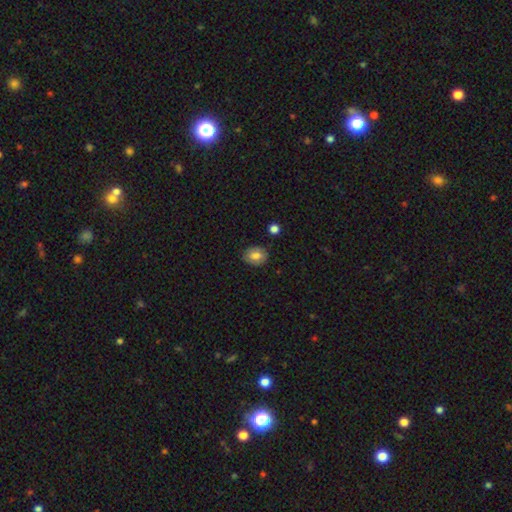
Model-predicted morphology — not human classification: The model was most divided on "how rounded": in between: 55%, round: 44%, cigar-shaped: 1%. More confident: merging — none (83%); smooth or featured — smooth (78%).